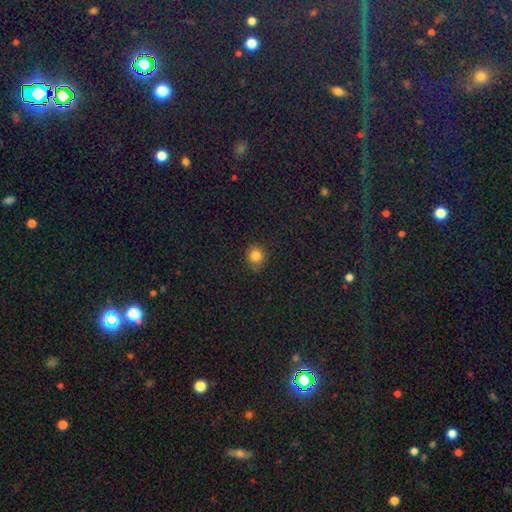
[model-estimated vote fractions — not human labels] Smooth or featured: smooth — 83% (star or artifact — 12%)
How rounded: round — 77% (in between — 23%)
Merging: none — 84% (minor disturbance — 12%)